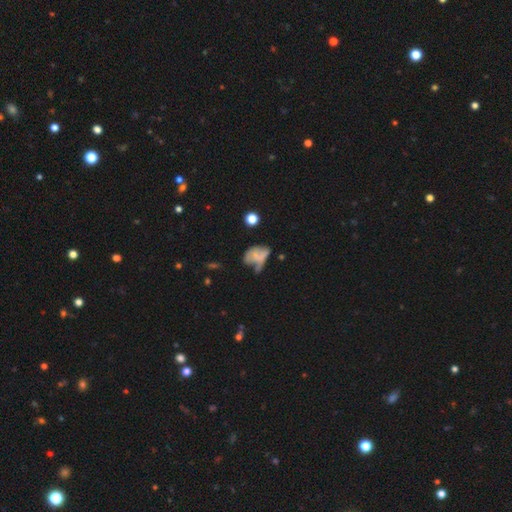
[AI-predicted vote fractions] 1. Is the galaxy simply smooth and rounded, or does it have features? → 50% smooth, 37% featured or disk, 13% star or artifact.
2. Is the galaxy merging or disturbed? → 28% major disturbance, 26% none, 23% minor disturbance, 22% merger.